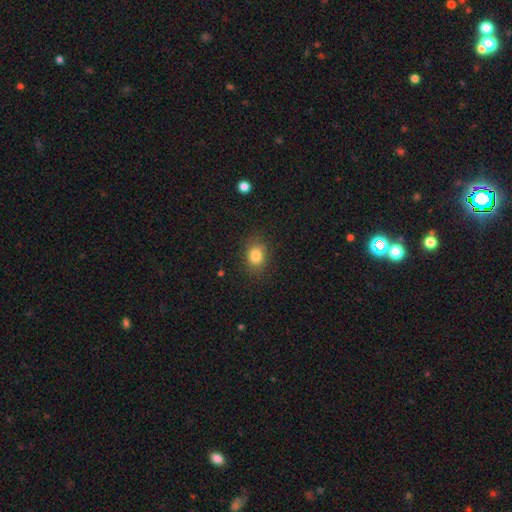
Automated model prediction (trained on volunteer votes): A smooth galaxy with no disk features (83%) that is round (51%). Merging: none (84%).